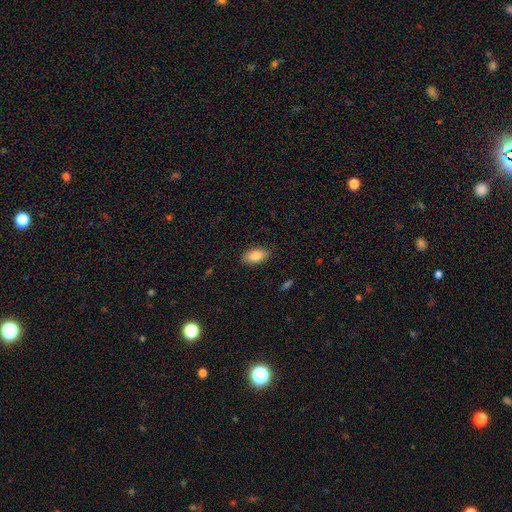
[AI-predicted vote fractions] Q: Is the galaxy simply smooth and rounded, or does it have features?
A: smooth — 85%.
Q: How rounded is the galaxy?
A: in between — 91%.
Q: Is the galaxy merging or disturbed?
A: none — 85%.